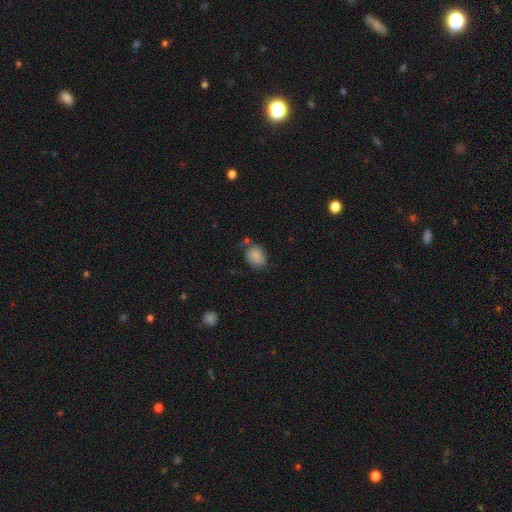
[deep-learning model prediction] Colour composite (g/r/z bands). It shows a smooth galaxy with no disk features (63%) that is in between round and cigar-shaped (50%). Merging: none (56%).